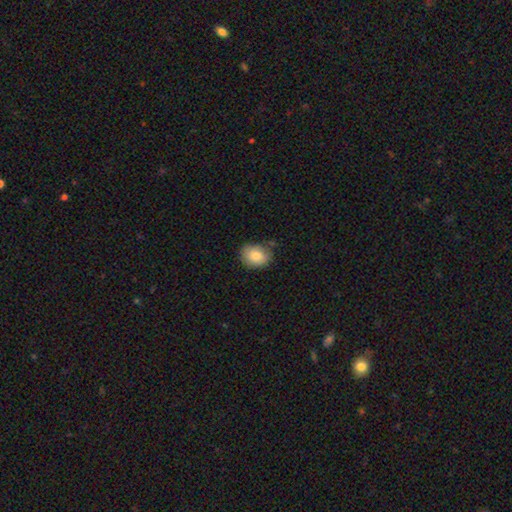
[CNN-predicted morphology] smooth_or_featured: smooth (p=0.83) [alt: featured or disk p=0.10]
how_rounded: in between (p=0.58) [alt: round p=0.41]
merging: none (p=0.68) [alt: minor disturbance p=0.25]